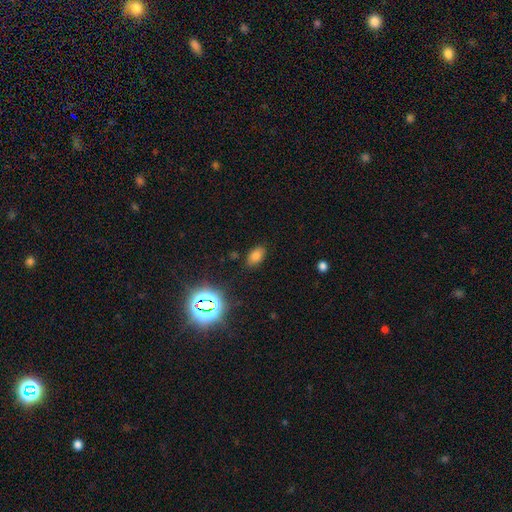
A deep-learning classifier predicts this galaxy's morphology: A smooth galaxy with no disk features (69%) that is in between round and cigar-shaped (89%).

Vote fractions:
- Smooth or featured? smooth: 69% / star or artifact: 24% / featured or disk: 7%
- How rounded? in between: 89% / round: 9% / cigar-shaped: 2%
- Merging? none: 84% / minor disturbance: 11% / major disturbance: 3% / merger: 2%